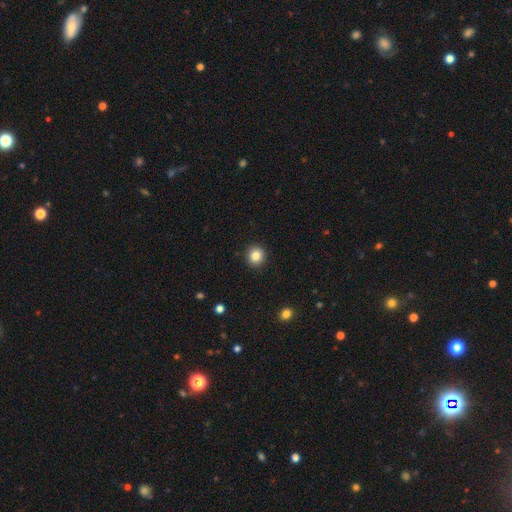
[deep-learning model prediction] smooth-or-featured: smooth: 84% | star or artifact: 10% | featured or disk: 6%
  how-rounded: round: 91% | in between: 8% | cigar-shaped: 1%
  merging: none: 92% | minor disturbance: 5% | major disturbance: 2% | merger: 1%